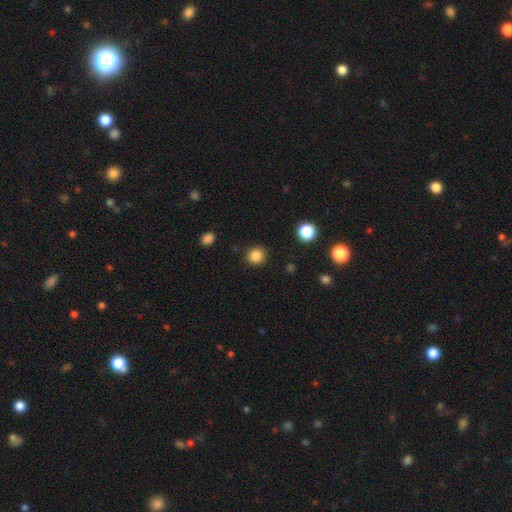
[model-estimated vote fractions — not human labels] Q: Smooth or featured?
A: smooth (85%); runner-up: star or artifact (11%)
Q: How rounded?
A: round (92%); runner-up: in between (7%)
Q: Merging?
A: none (91%); runner-up: minor disturbance (6%)